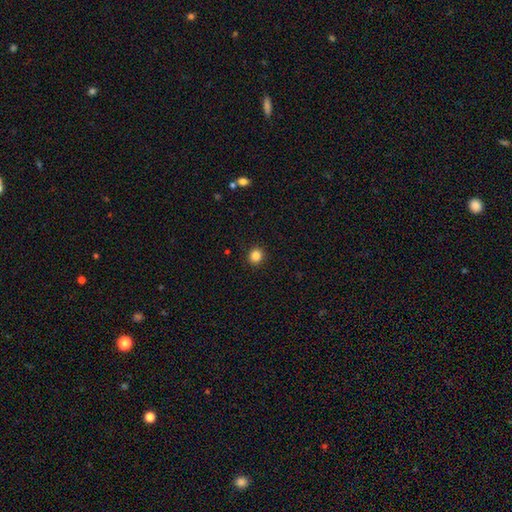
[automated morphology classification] smooth_or_featured: smooth (p=0.86) [alt: star or artifact p=0.11]
how_rounded: round (p=0.87) [alt: in between p=0.12]
merging: none (p=0.92) [alt: minor disturbance p=0.05]